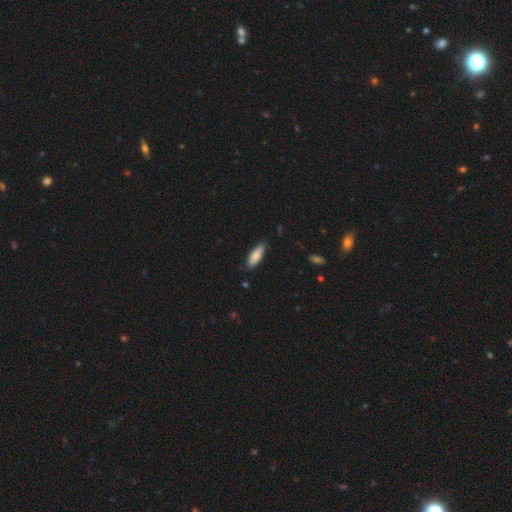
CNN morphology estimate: smooth-or-featured: smooth: 84% | featured or disk: 10% | star or artifact: 6%
  how-rounded: in between: 65% | cigar-shaped: 33% | round: 2%
  merging: none: 78% | minor disturbance: 18% | major disturbance: 2% | merger: 1%